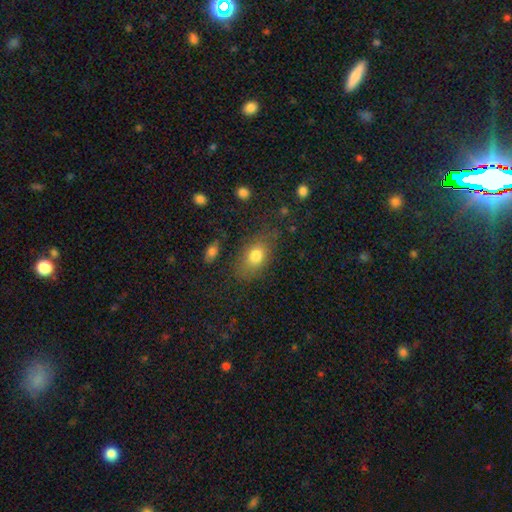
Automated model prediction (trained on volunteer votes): This appears to be a smooth galaxy with no disk features (77%) that is in between round and cigar-shaped (78%). Merging: none (73%).